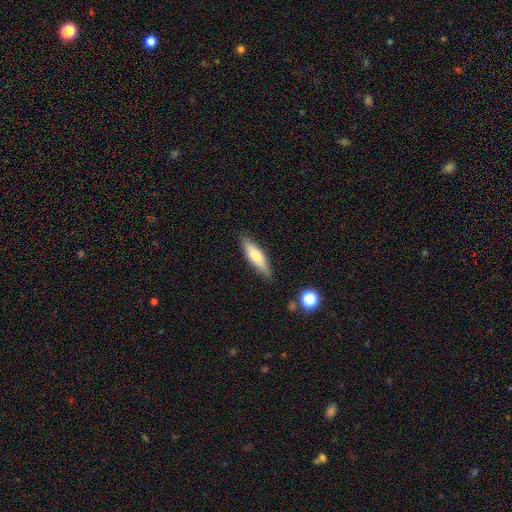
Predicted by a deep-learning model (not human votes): A smooth galaxy with no disk features (67%) that is cigar-shaped (66%). Merging: none (85%).